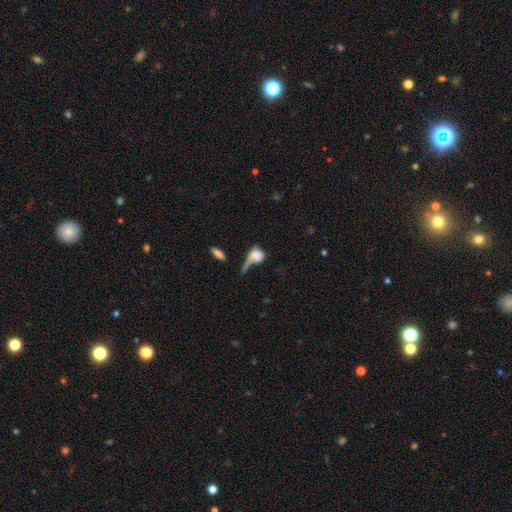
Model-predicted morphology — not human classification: This is likely a smooth galaxy (66%). How rounded: possibly round (48%). Merging: marginally major disturbance (40%).